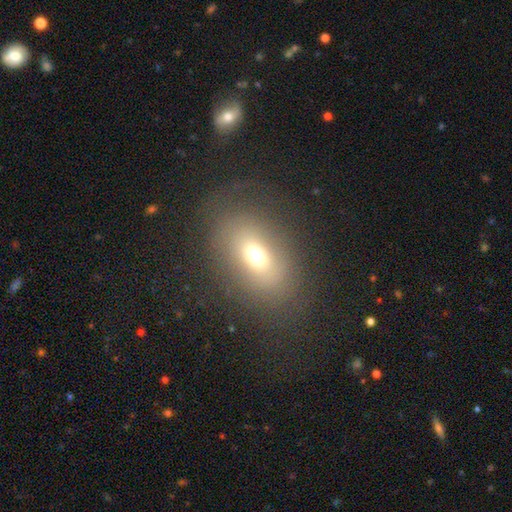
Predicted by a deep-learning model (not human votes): Smooth or featured: smooth — 63% (featured or disk — 22%)
How rounded: in between — 74% (round — 24%)
Merging: none — 72% (minor disturbance — 14%)